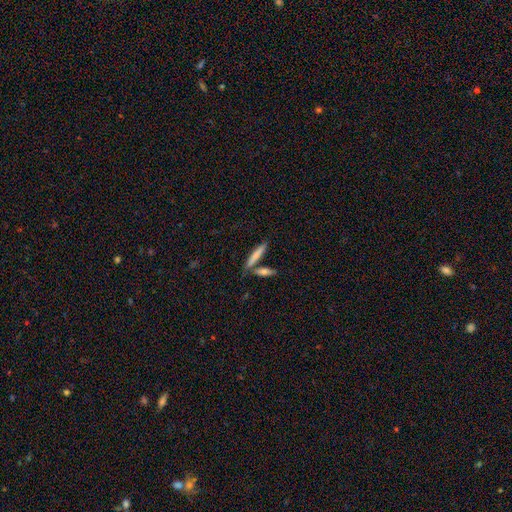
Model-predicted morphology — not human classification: The model was most divided on "merging": none: 67%, merger: 20%, minor disturbance: 10%, major disturbance: 3%. More confident: how rounded — cigar-shaped (86%); smooth or featured — smooth (72%).